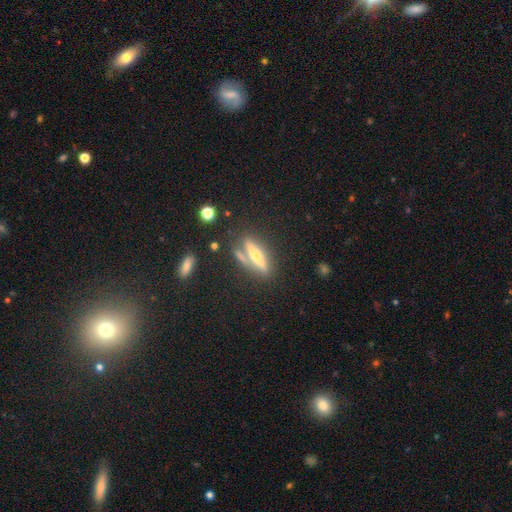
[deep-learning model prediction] Smooth or featured: featured or disk — 64% (smooth — 26%)
Edge-on disk: yes — 92% (no — 8%)
Edge-on bulge: rounded — 93% (none — 4%)
Merging: none — 75% (minor disturbance — 12%)